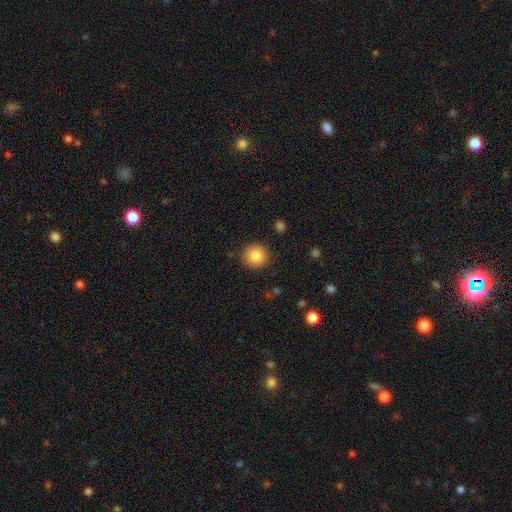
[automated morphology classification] Smooth or featured? Predicted: smooth (p=0.85). How rounded? Predicted: round (p=0.92). Merging? Predicted: none (p=0.89).